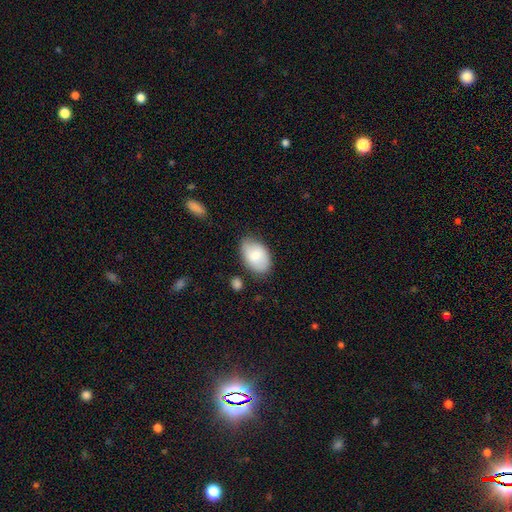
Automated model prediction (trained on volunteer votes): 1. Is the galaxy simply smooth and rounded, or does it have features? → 78% smooth, 16% featured or disk, 6% star or artifact.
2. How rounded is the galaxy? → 91% in between, 7% round, 1% cigar-shaped.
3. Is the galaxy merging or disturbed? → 73% none, 20% minor disturbance, 4% major disturbance, 3% merger.